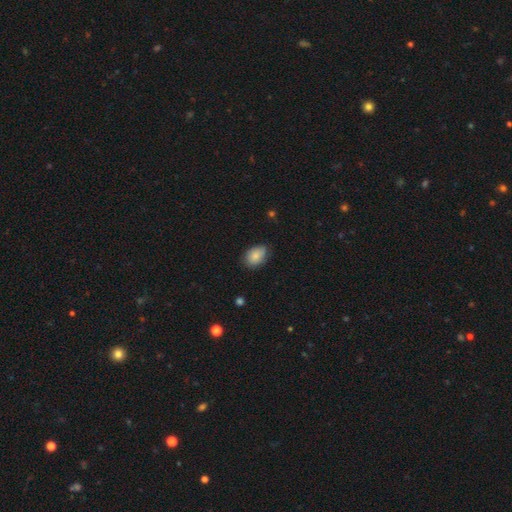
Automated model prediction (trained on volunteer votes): A smooth galaxy with no disk features (85%) that is in between round and cigar-shaped (82%). Merging: none (72%).